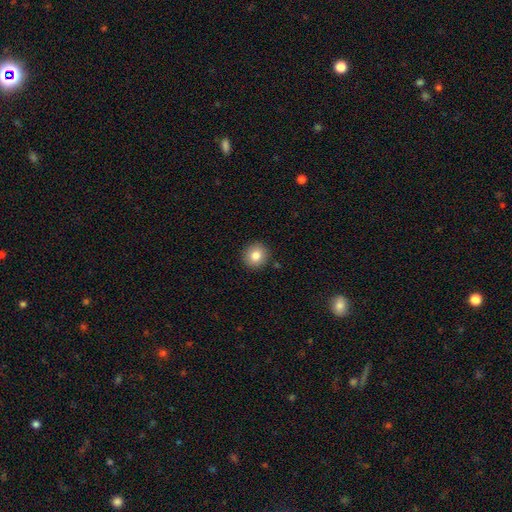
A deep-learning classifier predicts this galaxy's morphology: Q: Smooth or featured?
A: smooth (83%); runner-up: star or artifact (9%)
Q: How rounded?
A: round (91%); runner-up: in between (8%)
Q: Merging?
A: none (91%); runner-up: minor disturbance (6%)